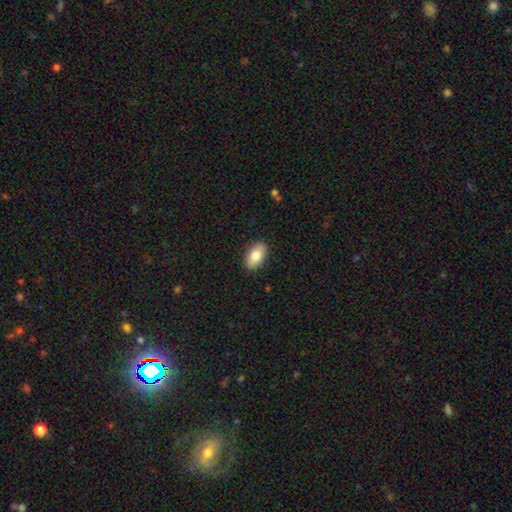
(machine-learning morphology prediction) smooth_or_featured: smooth (p=0.83) [alt: featured or disk p=0.10]
how_rounded: in between (p=0.93) [alt: round p=0.04]
merging: none (p=0.89) [alt: minor disturbance p=0.08]